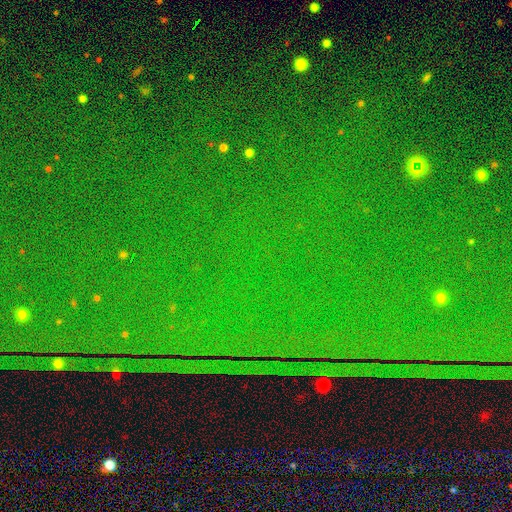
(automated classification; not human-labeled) Morphology: type=star or artifact (87%).